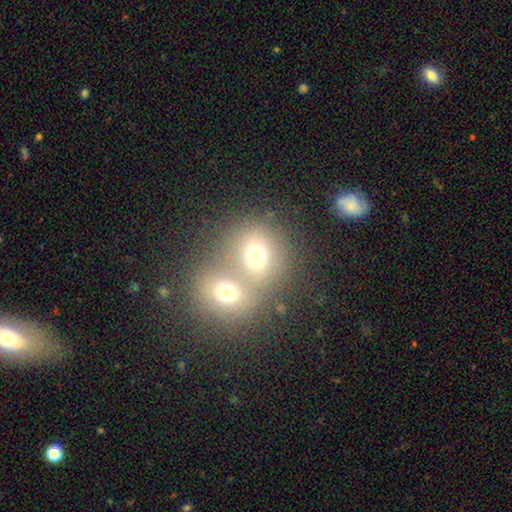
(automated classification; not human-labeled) This appears to be a smooth galaxy with no disk features (71%) that is round (74%). Merging: merger (59%).